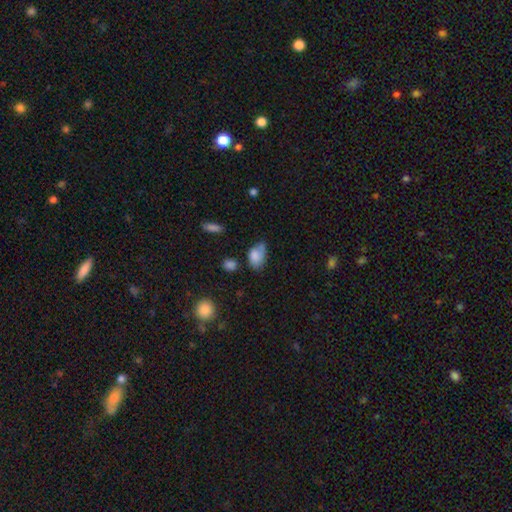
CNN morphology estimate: smooth_or_featured: smooth (p=0.78) [alt: featured or disk p=0.13]
how_rounded: in between (p=0.87) [alt: round p=0.11]
merging: minor disturbance (p=0.40) [alt: none p=0.38]